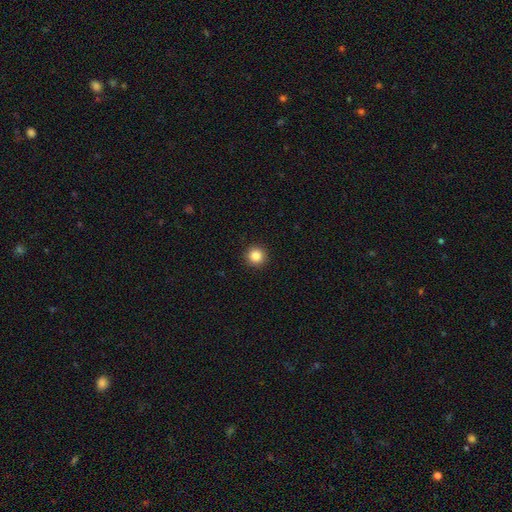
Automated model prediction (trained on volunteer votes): A smooth galaxy with no disk features (85%) that is round (96%). Merging: none (93%).